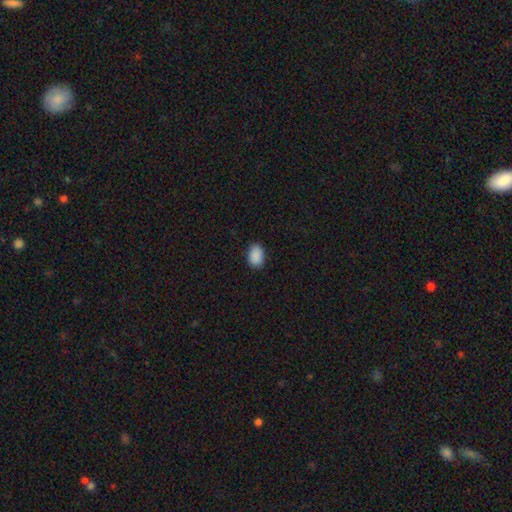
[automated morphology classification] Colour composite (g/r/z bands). It shows a smooth galaxy with no disk features (90%) that is in between round and cigar-shaped (86%). Merging: none (87%).